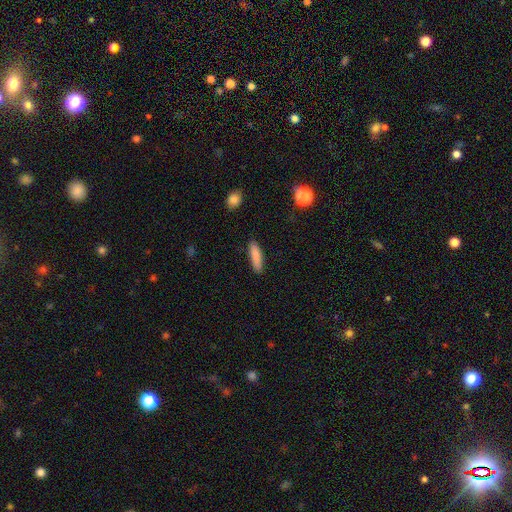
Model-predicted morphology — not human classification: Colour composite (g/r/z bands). It shows a smooth galaxy with no disk features (86%) that is cigar-shaped (71%). Merging: none (87%).